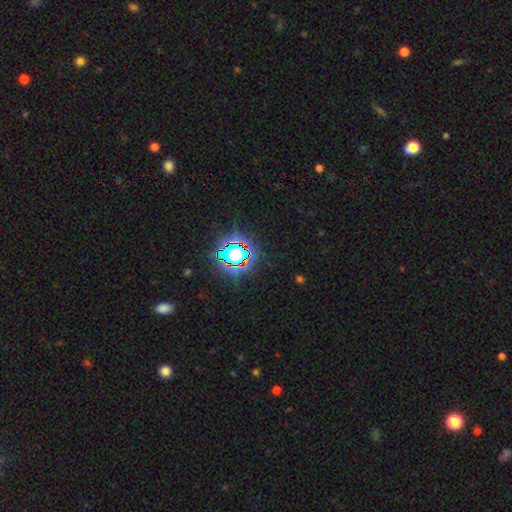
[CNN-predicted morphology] A star or artifact, not a galaxy (80%).